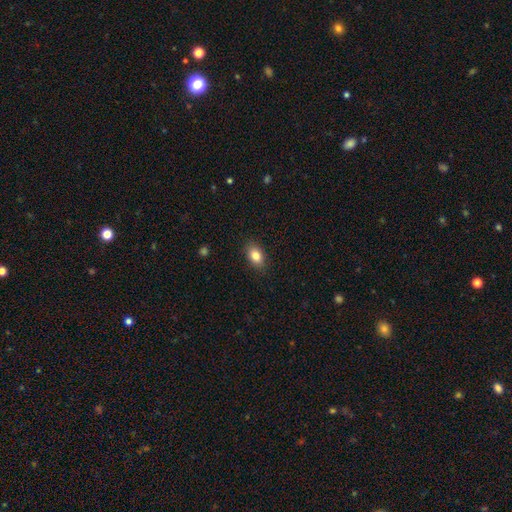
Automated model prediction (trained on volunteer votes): smooth-or-featured: smooth: 83% | star or artifact: 8% | featured or disk: 8%
  how-rounded: in between: 86% | round: 12% | cigar-shaped: 2%
  merging: none: 87% | minor disturbance: 9% | major disturbance: 2% | merger: 1%